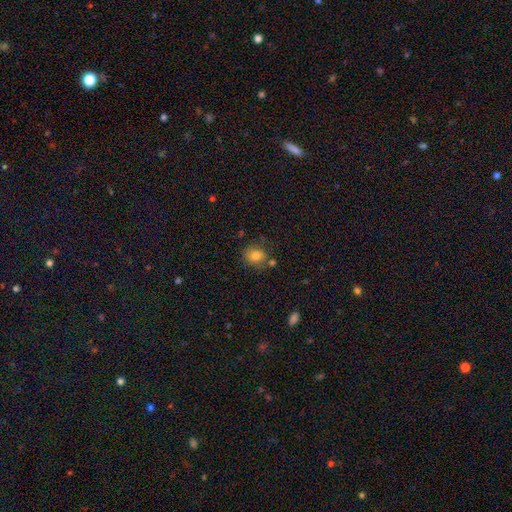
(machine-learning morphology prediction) smooth_or_featured: smooth (p=0.79) [alt: star or artifact p=0.11]
how_rounded: round (p=0.66) [alt: in between p=0.33]
merging: none (p=0.71) [alt: minor disturbance p=0.15]